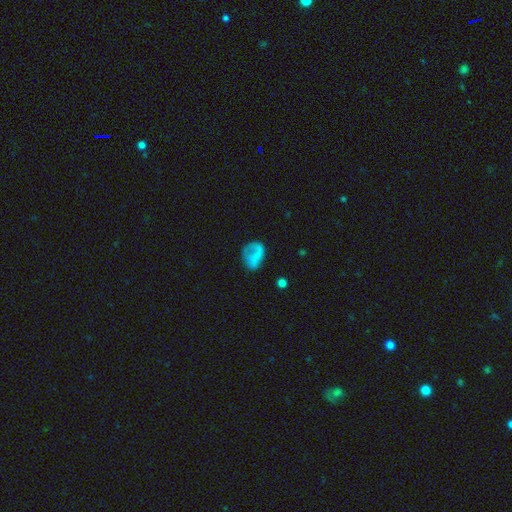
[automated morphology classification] type=smooth (61%); roundness=in between (66%); merging=none (42%).